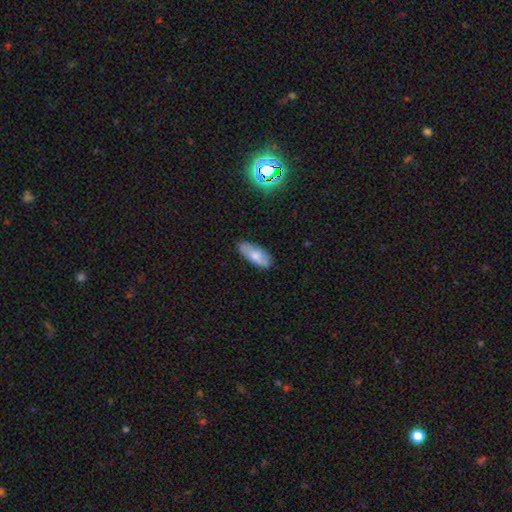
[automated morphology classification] smooth-or-featured: smooth: 74% | featured or disk: 19% | star or artifact: 7%
  how-rounded: in between: 78% | cigar-shaped: 20% | round: 2%
  merging: none: 82% | minor disturbance: 14% | major disturbance: 2% | merger: 1%